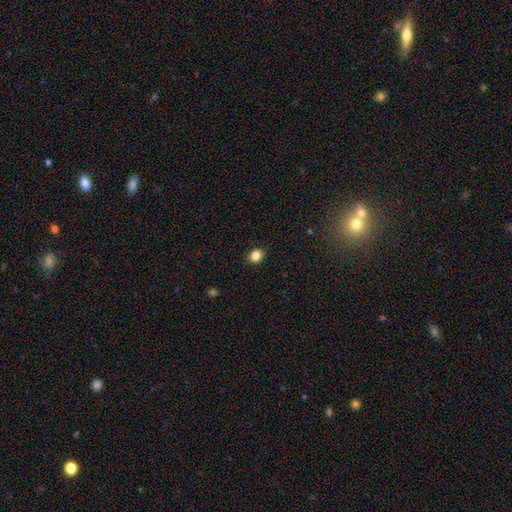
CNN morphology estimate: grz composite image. It shows a smooth galaxy with no disk features (84%) that is round (55%). Merging: none (90%).